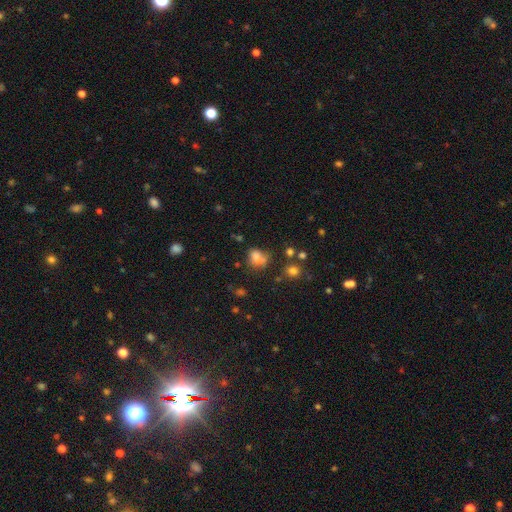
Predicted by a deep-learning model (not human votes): Q: Smooth or featured?
A: smooth (67%); runner-up: star or artifact (17%)
Q: How rounded?
A: in between (60%); runner-up: round (38%)
Q: Merging?
A: none (35%); runner-up: merger (27%)